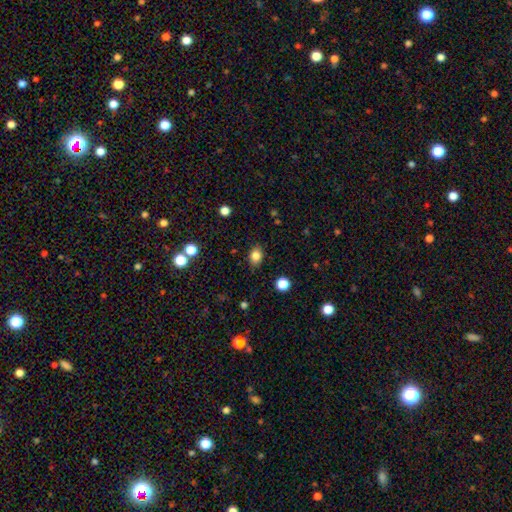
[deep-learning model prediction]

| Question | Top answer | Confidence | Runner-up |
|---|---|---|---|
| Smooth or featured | smooth | 83% | star or artifact (11%) |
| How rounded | in between | 63% | round (35%) |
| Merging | none | 84% | minor disturbance (11%) |